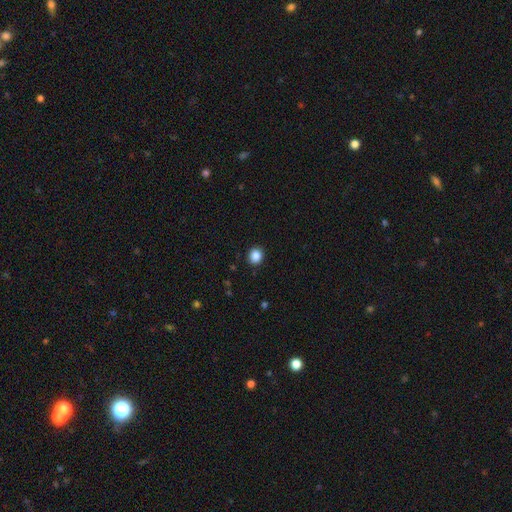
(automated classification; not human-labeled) Q: Smooth or featured?
A: smooth (87%); runner-up: star or artifact (10%)
Q: How rounded?
A: round (76%); runner-up: in between (23%)
Q: Merging?
A: none (91%); runner-up: minor disturbance (6%)